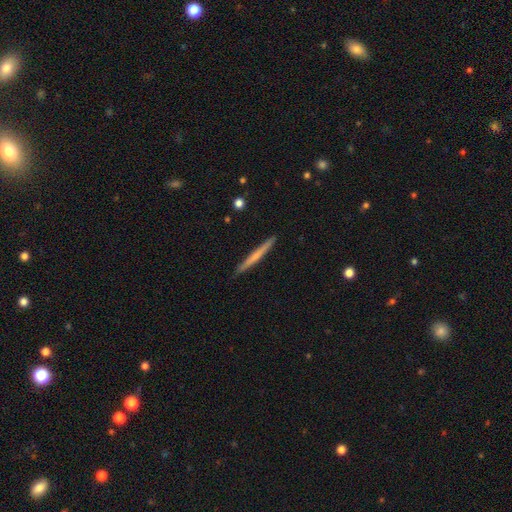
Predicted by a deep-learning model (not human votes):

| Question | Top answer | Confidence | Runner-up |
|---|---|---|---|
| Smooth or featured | smooth | 52% | featured or disk (43%) |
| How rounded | cigar-shaped | 97% | in between (2%) |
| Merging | none | 92% | minor disturbance (6%) |